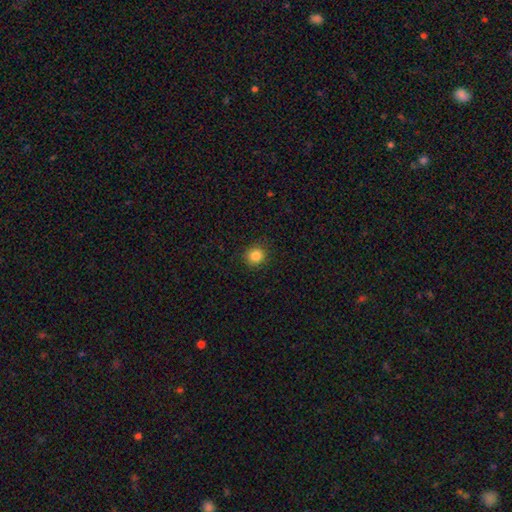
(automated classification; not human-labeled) Overall: smooth (85%). How rounded: round (89%). Merging: none (90%).